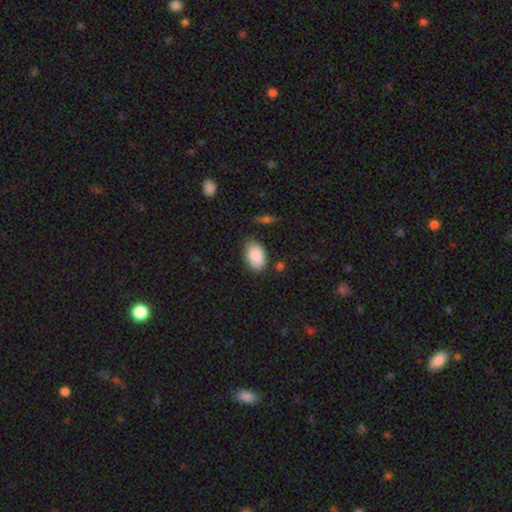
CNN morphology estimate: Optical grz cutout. It shows a smooth galaxy with no disk features (87%) that is in between round and cigar-shaped (92%). Merging: none (76%).